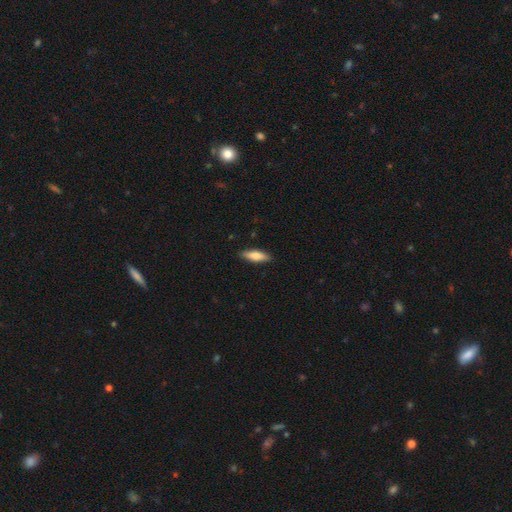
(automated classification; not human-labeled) smooth_or_featured: smooth (p=0.77) [alt: featured or disk p=0.18]
how_rounded: cigar-shaped (p=0.49) [tied with: in between p=0.49]
merging: none (p=0.88) [alt: minor disturbance p=0.09]